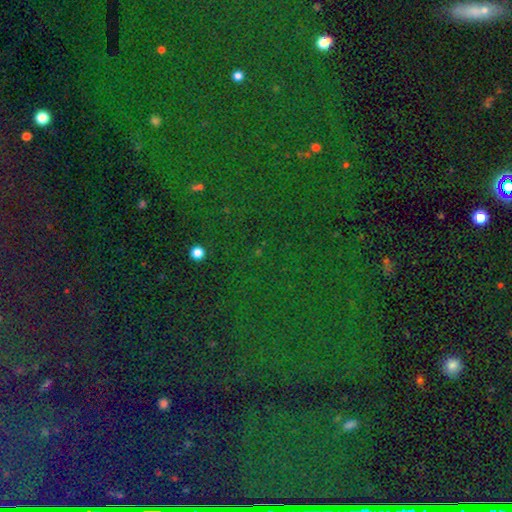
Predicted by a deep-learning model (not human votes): Smooth or featured? Predicted: star or artifact (p=0.82).